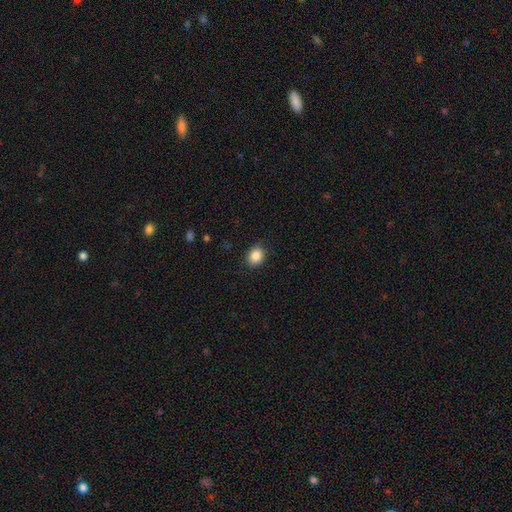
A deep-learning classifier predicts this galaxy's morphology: Smooth or featured?
  - smooth: 87% *
  - star or artifact: 9%
  - featured or disk: 4%
How rounded?
  - in between: 50% *
  - round: 49%
  - cigar-shaped: 1%
Merging?
  - none: 88% *
  - minor disturbance: 8%
  - major disturbance: 2%
  - merger: 1%